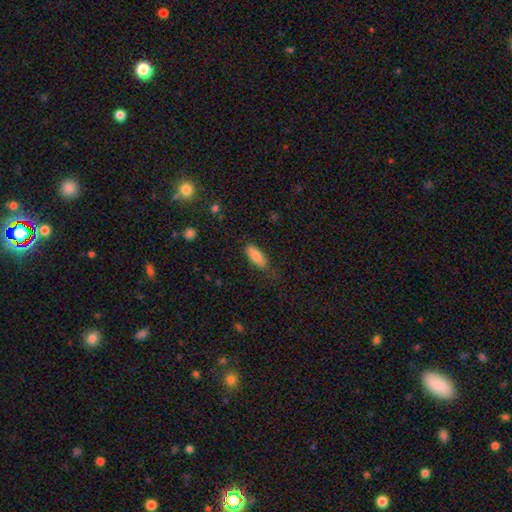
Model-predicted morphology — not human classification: Q: Smooth or featured?
A: smooth (84%); runner-up: featured or disk (9%)
Q: How rounded?
A: in between (66%); runner-up: cigar-shaped (32%)
Q: Merging?
A: none (70%); runner-up: minor disturbance (22%)